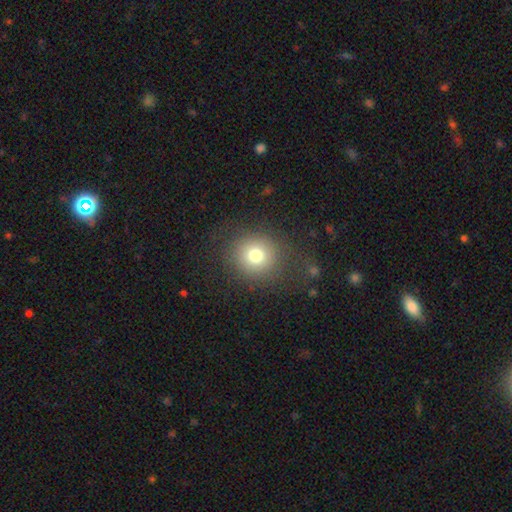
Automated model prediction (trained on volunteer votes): Smooth or featured?
  - smooth: 75% *
  - star or artifact: 14%
  - featured or disk: 11%
How rounded?
  - round: 86% *
  - in between: 14%
  - cigar-shaped: 1%
Merging?
  - none: 81% *
  - minor disturbance: 11%
  - major disturbance: 6%
  - merger: 1%